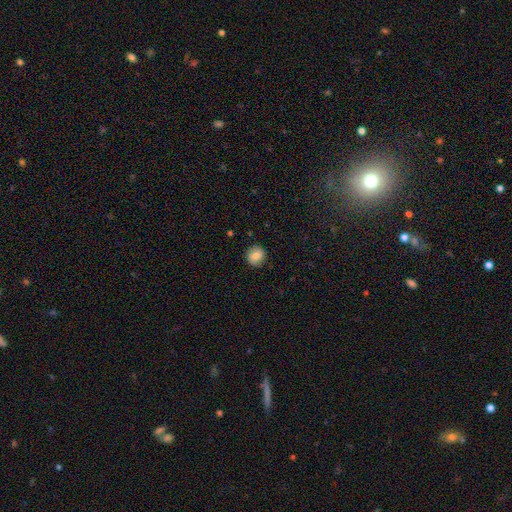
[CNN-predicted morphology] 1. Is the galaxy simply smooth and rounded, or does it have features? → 73% smooth, 18% featured or disk, 9% star or artifact.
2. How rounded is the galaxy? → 85% round, 14% in between, 1% cigar-shaped.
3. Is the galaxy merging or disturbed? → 86% none, 10% minor disturbance, 3% major disturbance, 1% merger.